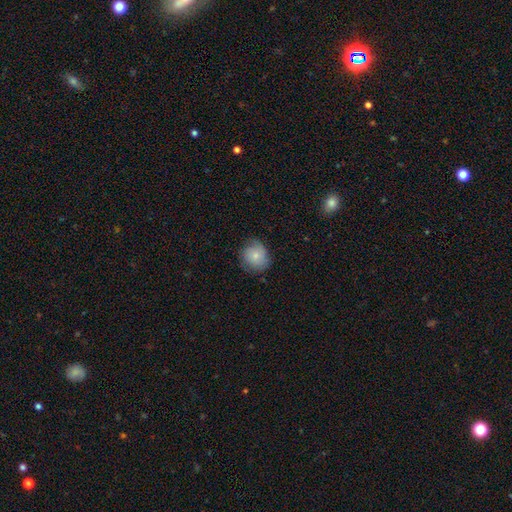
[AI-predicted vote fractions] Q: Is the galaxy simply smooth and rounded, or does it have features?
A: smooth — 72%.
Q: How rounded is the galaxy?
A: round — 79%.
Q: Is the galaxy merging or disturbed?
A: none — 70%.